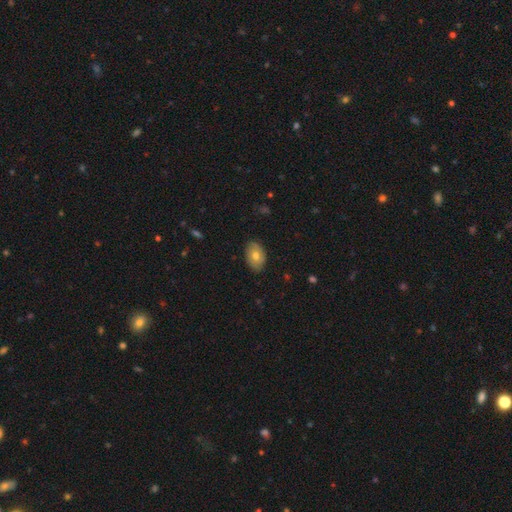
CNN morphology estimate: This appears to be a smooth galaxy with no disk features (69%) that is in between round and cigar-shaped (87%). Merging: none (82%).